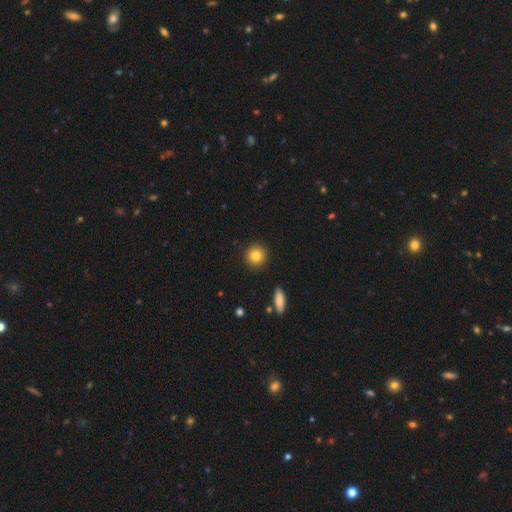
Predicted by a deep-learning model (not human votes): smooth-or-featured: smooth: 83% | star or artifact: 10% | featured or disk: 8%
  how-rounded: round: 92% | in between: 6% | cigar-shaped: 1%
  merging: none: 92% | minor disturbance: 5% | major disturbance: 2% | merger: 1%